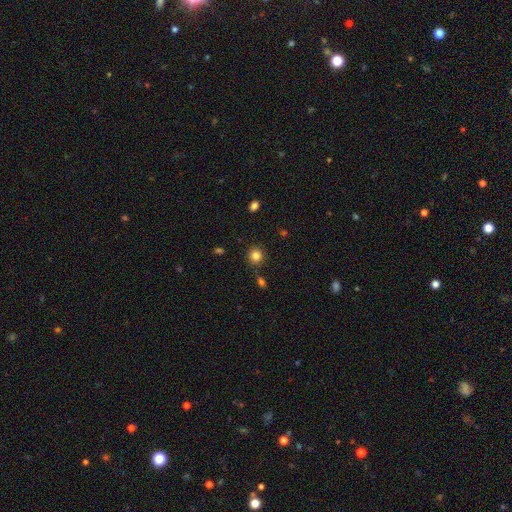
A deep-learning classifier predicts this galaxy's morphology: Smooth or featured: smooth — 83% (star or artifact — 11%)
How rounded: round — 91% (in between — 8%)
Merging: none — 84% (minor disturbance — 9%)